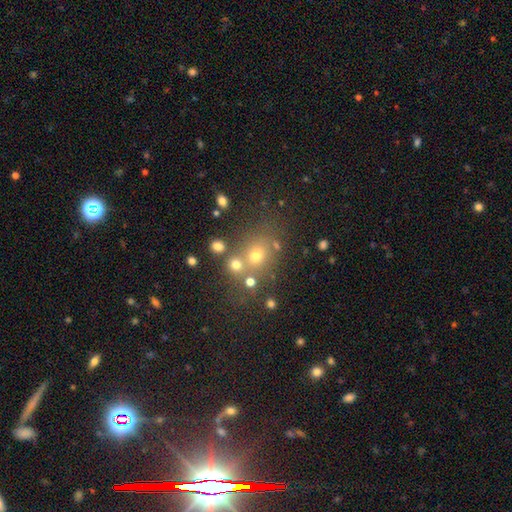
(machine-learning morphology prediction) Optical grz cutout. It shows a smooth galaxy with no disk features (60%) that is round (67%). Merging: none (60%).